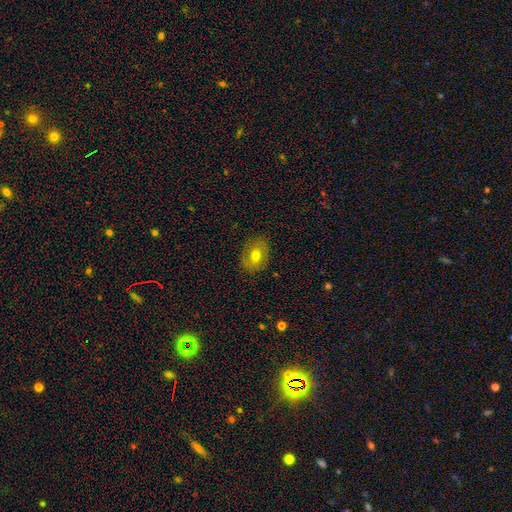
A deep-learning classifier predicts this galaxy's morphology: Smooth or featured: smooth — 58% (featured or disk — 34%)
How rounded: in between — 67% (round — 32%)
Merging: none — 83% (minor disturbance — 12%)